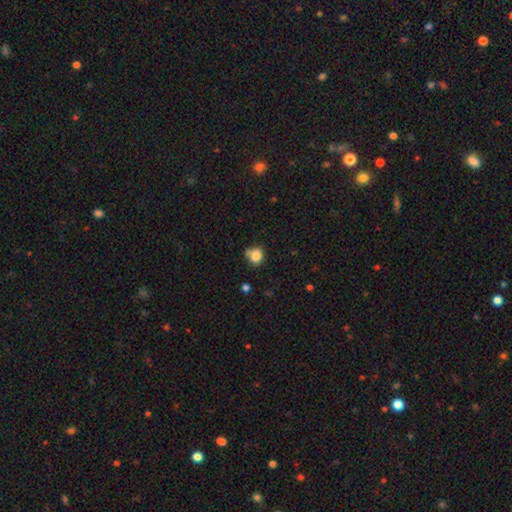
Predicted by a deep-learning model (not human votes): A smooth galaxy with no disk features (83%) that is round (76%).

Vote fractions:
- Smooth or featured? smooth: 83% / star or artifact: 11% / featured or disk: 6%
- How rounded? round: 76% / in between: 23% / cigar-shaped: 1%
- Merging? none: 62% / minor disturbance: 21% / merger: 12% / major disturbance: 5%